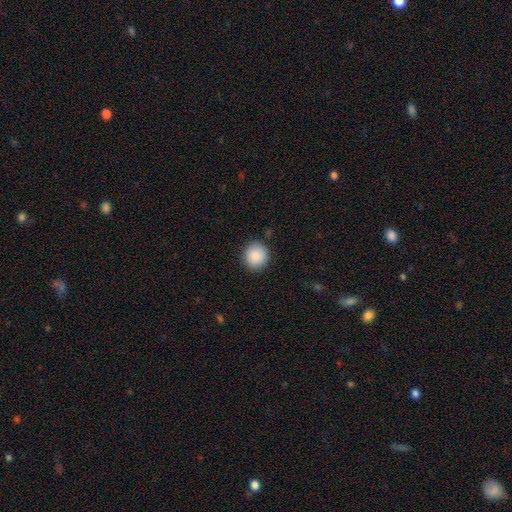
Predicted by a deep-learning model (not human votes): The model was most divided on "how rounded": round: 89%, in between: 10%, cigar-shaped: 1%. More confident: merging — none (90%); smooth or featured — smooth (88%).